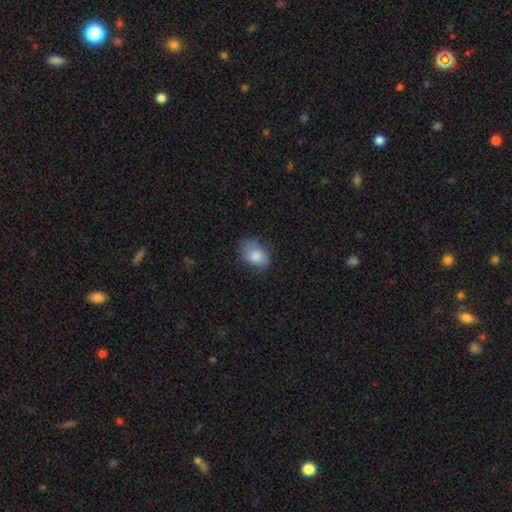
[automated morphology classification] The model was most divided on "merging": none: 60%, minor disturbance: 28%, major disturbance: 10%, merger: 1%. More confident: smooth or featured — smooth (76%); how rounded — in between (75%).